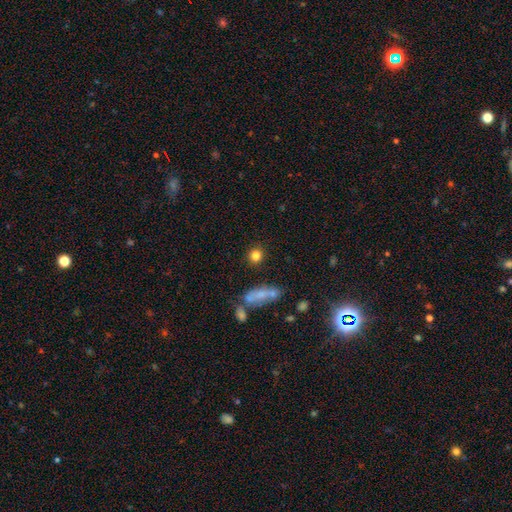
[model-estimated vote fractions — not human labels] Smooth or featured? smooth (80%)
How rounded? round (85%)
Merging? none (83%)